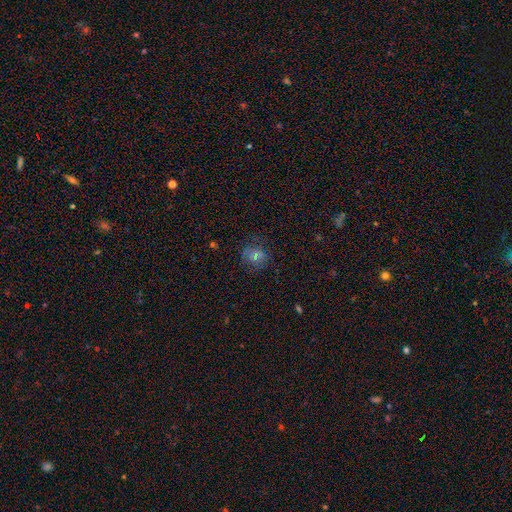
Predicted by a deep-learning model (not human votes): This appears to be a smooth galaxy with no disk features (59%) that is round (70%). Merging: none (71%).